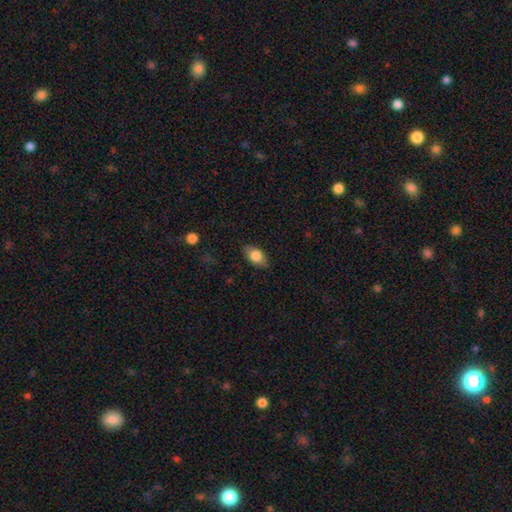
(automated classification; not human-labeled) smooth-or-featured: smooth: 81% | featured or disk: 11% | star or artifact: 7%
  how-rounded: in between: 88% | round: 9% | cigar-shaped: 3%
  merging: none: 83% | minor disturbance: 13% | major disturbance: 3% | merger: 1%